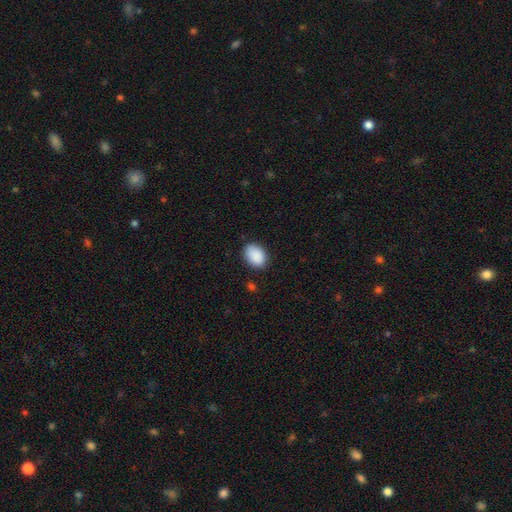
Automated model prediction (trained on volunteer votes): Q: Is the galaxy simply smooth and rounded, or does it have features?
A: smooth — 90%.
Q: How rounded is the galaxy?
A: in between — 78%.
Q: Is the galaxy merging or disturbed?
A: none — 82%.